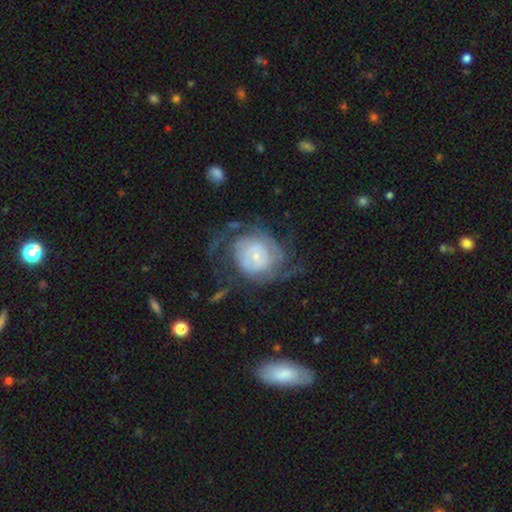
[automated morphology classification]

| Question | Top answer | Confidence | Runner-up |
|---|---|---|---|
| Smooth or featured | featured or disk | 71% | smooth (22%) |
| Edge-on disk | no | 97% | yes (3%) |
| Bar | no | 64% | weak (30%) |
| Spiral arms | yes | 78% | no (22%) |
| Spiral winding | tight | 56% | medium (28%) |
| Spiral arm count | can't tell | 48% | 2 (25%) |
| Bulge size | small | 73% | moderate (18%) |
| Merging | none | 48% | major disturbance (30%) |